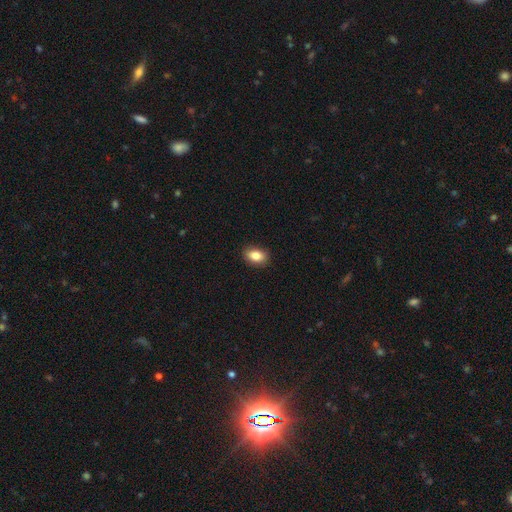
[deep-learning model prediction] A smooth galaxy with no disk features (85%) that is in between round and cigar-shaped (84%). Merging: none (88%).